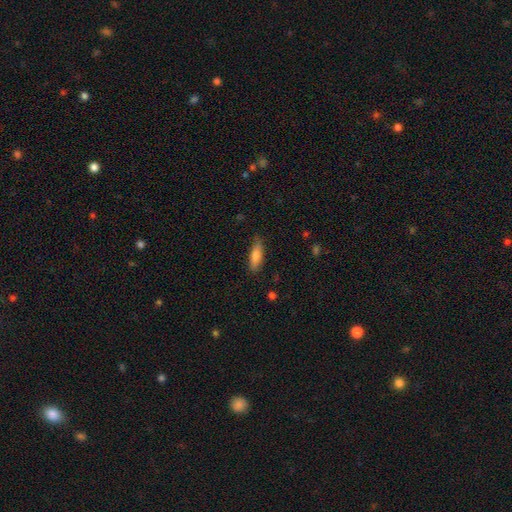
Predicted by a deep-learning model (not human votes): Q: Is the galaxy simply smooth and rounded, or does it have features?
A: smooth — 77%.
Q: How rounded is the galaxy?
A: cigar-shaped — 55%.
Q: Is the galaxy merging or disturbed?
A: none — 80%.